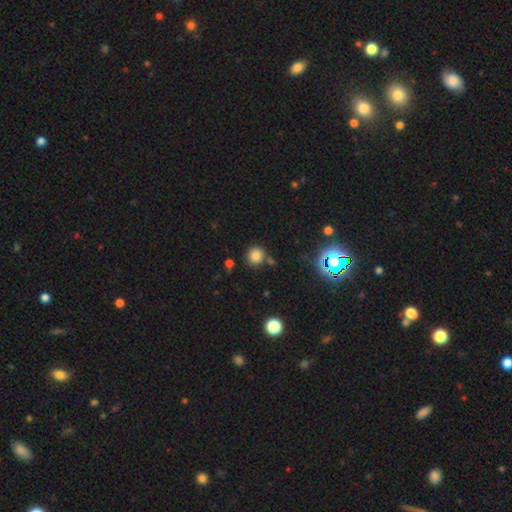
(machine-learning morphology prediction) Q: Smooth or featured?
A: smooth (79%); runner-up: star or artifact (15%)
Q: How rounded?
A: round (91%); runner-up: in between (8%)
Q: Merging?
A: none (78%); runner-up: minor disturbance (10%)